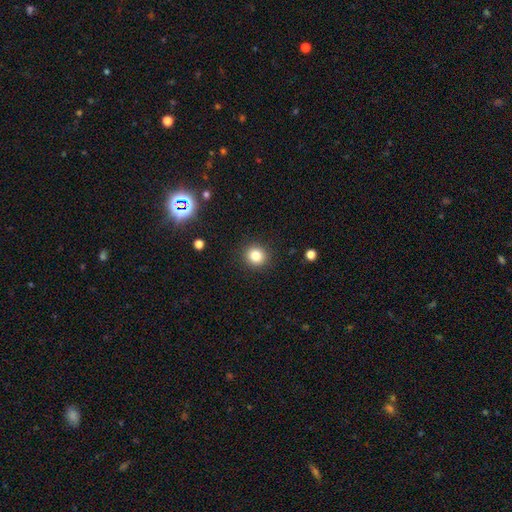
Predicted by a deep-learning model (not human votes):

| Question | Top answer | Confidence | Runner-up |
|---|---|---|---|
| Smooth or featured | smooth | 82% | star or artifact (12%) |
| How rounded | round | 91% | in between (8%) |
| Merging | none | 91% | minor disturbance (6%) |